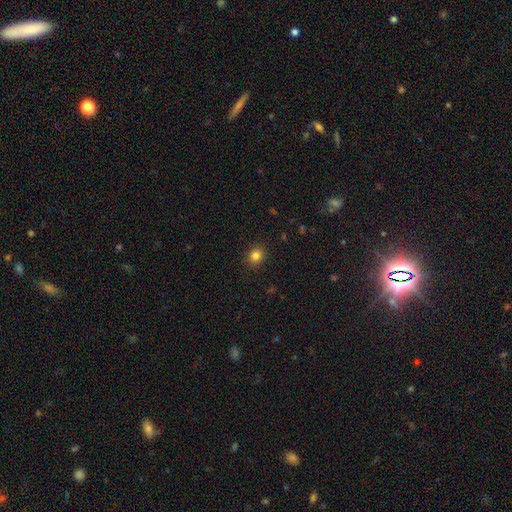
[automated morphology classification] Smooth or featured?
  - smooth: 83% *
  - star or artifact: 12%
  - featured or disk: 5%
How rounded?
  - round: 68% *
  - in between: 31%
  - cigar-shaped: 1%
Merging?
  - none: 90% *
  - minor disturbance: 7%
  - major disturbance: 2%
  - merger: 1%